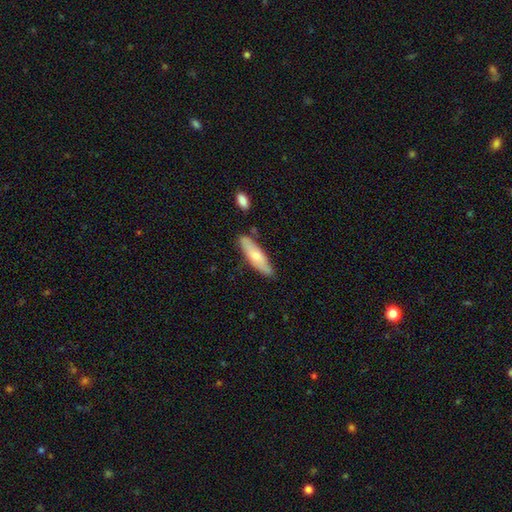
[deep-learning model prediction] Smooth or featured? smooth (66%)
How rounded? cigar-shaped (63%)
Merging? none (78%)